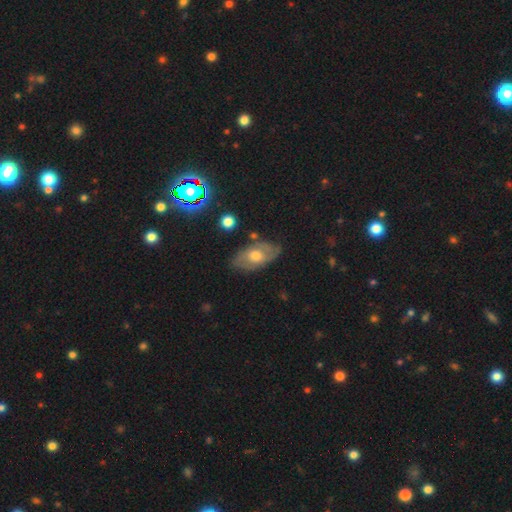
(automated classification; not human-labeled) This appears to be a featured or disk galaxy (50%). Merging: none (71%).